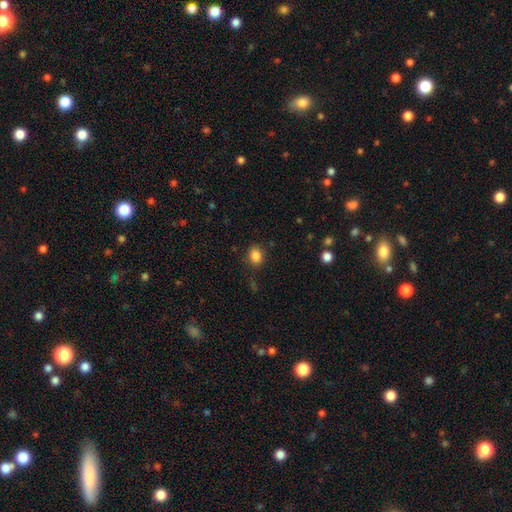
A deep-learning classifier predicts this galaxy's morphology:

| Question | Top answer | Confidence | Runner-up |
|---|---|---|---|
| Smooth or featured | smooth | 85% | star or artifact (10%) |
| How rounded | round | 50% | in between (49%) |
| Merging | none | 83% | minor disturbance (12%) |